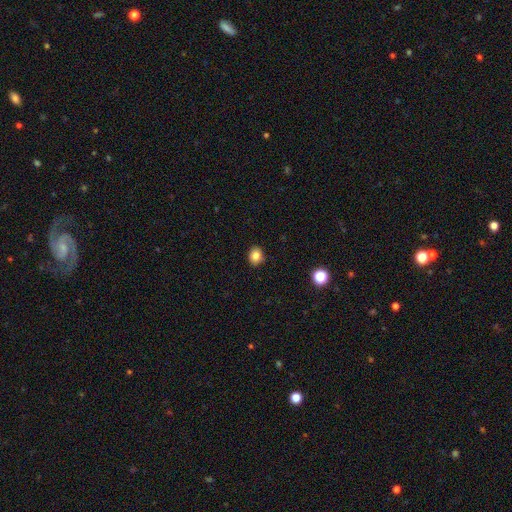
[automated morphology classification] Smooth or featured? smooth (83%)
How rounded? round (58%)
Merging? none (89%)